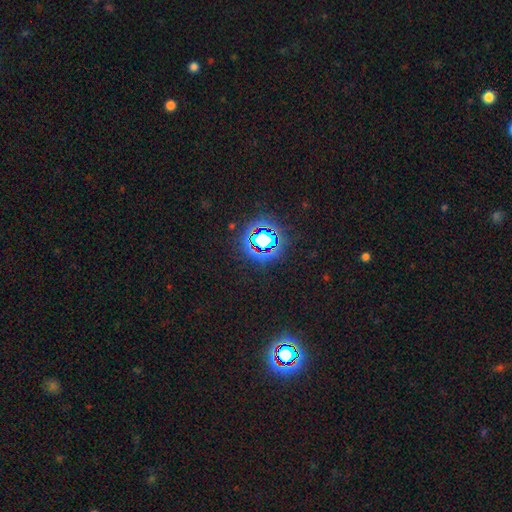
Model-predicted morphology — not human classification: This is likely a star or artifact rather than a galaxy (80%).